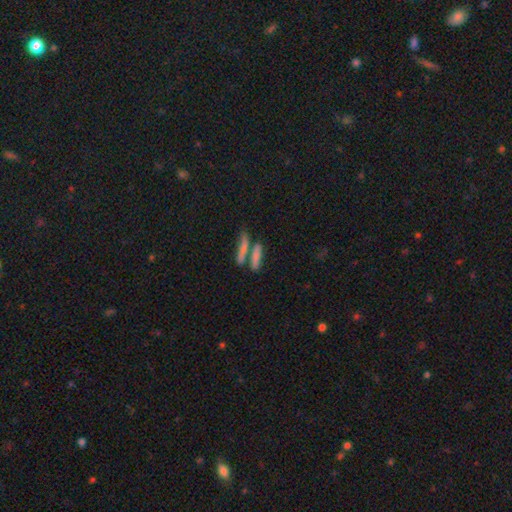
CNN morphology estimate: A smooth galaxy with no disk features (67%) that is cigar-shaped (82%). Merging: none (55%).